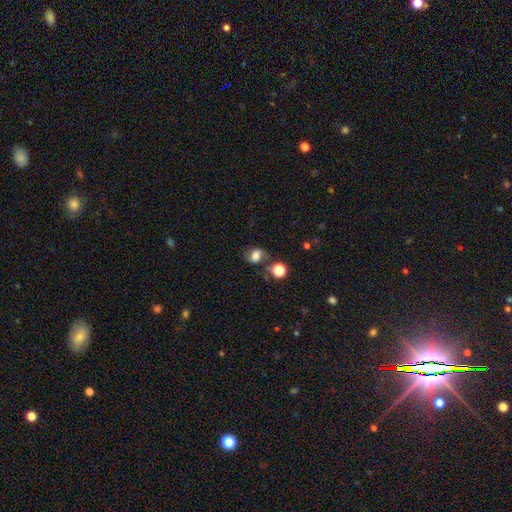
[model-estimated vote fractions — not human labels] Smooth or featured: smooth — 72% (featured or disk — 15%)
How rounded: round — 50% (in between — 48%)
Merging: none — 54% (minor disturbance — 21%)